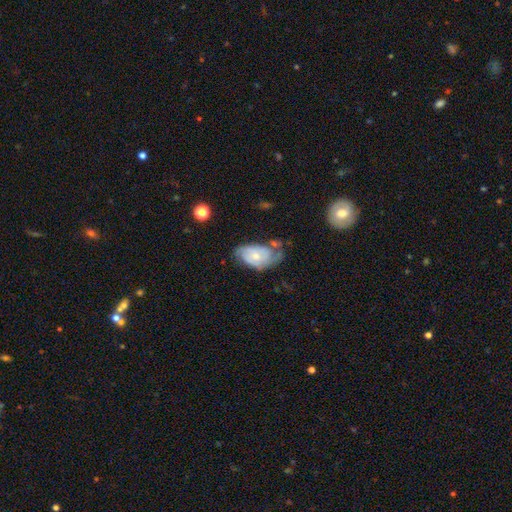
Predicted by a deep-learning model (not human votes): Morphology: type=featured or disk (58%); edge-on=no (95%); bar=no (72%); spiral arms=yes (79%); bulge=small (49%); merging=none (37%).